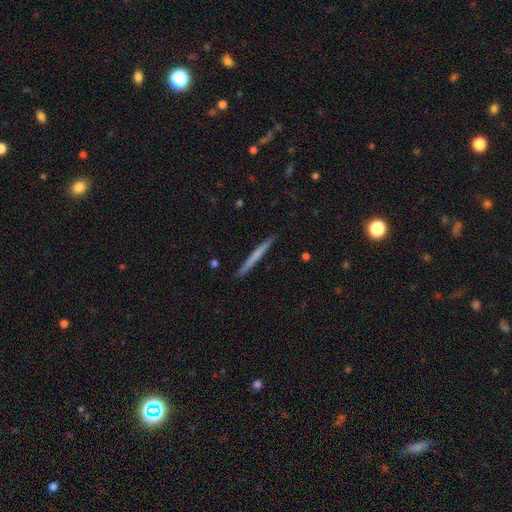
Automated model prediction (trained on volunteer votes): The model was most divided on "smooth or featured": smooth: 59%, featured or disk: 36%, star or artifact: 5%. More confident: how rounded — cigar-shaped (97%); merging — none (92%).